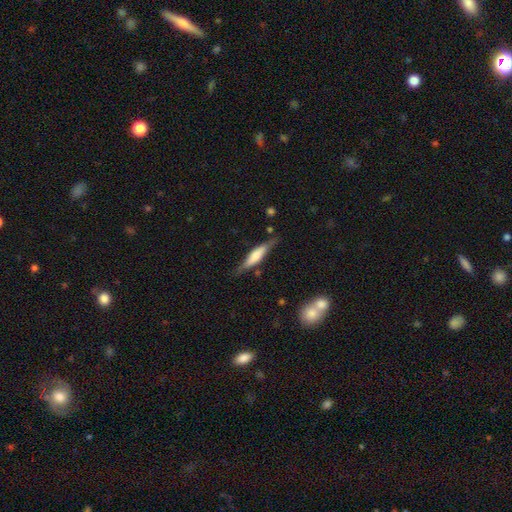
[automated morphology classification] A smooth galaxy with no disk features (47%).

Vote fractions:
- Smooth or featured? smooth: 47% / featured or disk: 46% / star or artifact: 6%
- Merging? none: 73% / minor disturbance: 19% / major disturbance: 5% / merger: 3%